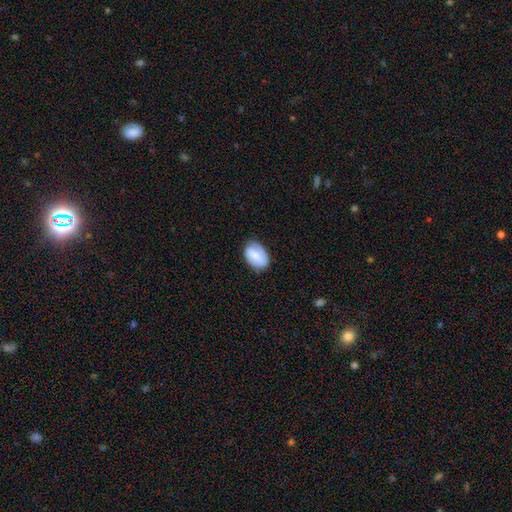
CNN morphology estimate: smooth-or-featured: smooth: 74% | featured or disk: 19% | star or artifact: 7%
  how-rounded: in between: 83% | round: 16% | cigar-shaped: 1%
  merging: none: 70% | minor disturbance: 24% | major disturbance: 5% | merger: 1%